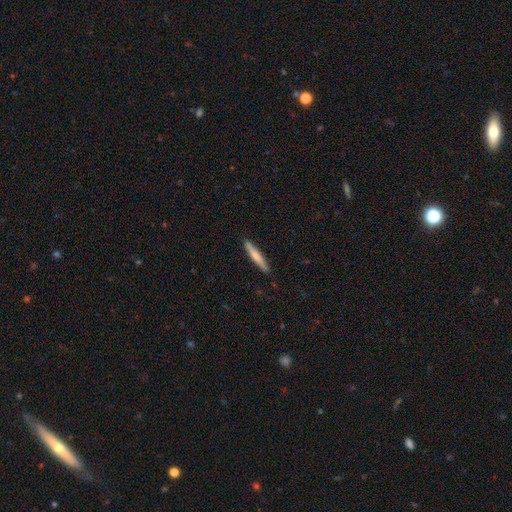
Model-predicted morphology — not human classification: smooth-or-featured: smooth: 68% | featured or disk: 26% | star or artifact: 5%
  how-rounded: cigar-shaped: 94% | in between: 5% | round: 1%
  merging: none: 89% | minor disturbance: 8% | major disturbance: 1% | merger: 1%